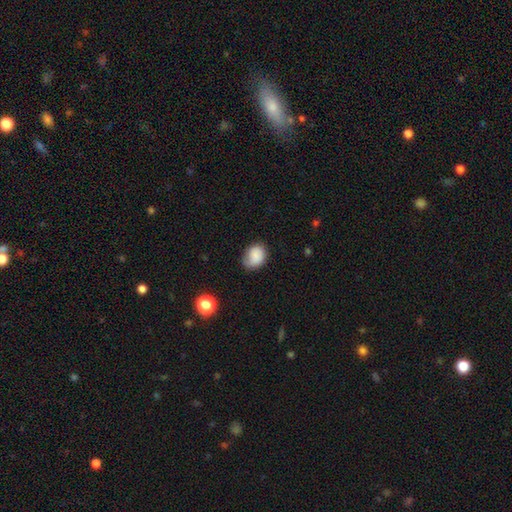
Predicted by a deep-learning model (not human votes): The model was most divided on "how rounded": in between: 50%, round: 49%, cigar-shaped: 1%. More confident: smooth or featured — smooth (79%); merging — none (62%).